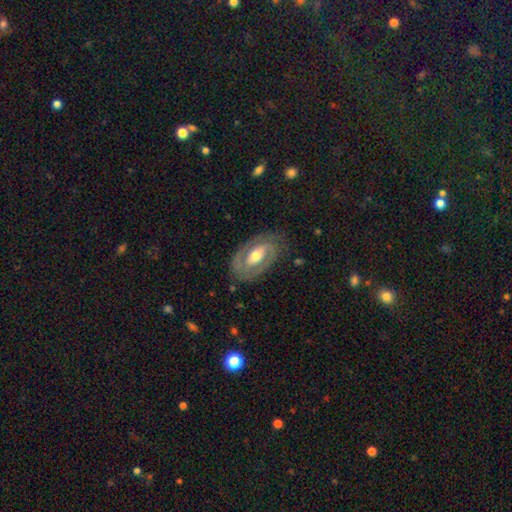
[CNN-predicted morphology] This is likely a featured or disk galaxy (77%). It is clearly not viewed edge-on (94%). Bar: marginally no (42%). Spiral arm pattern: likely yes (74%). Spiral arm count: likely 2 (76%). Spiral winding: possibly tight (52%). Central bulge: likely moderate (67%). Merging: likely none (77%).